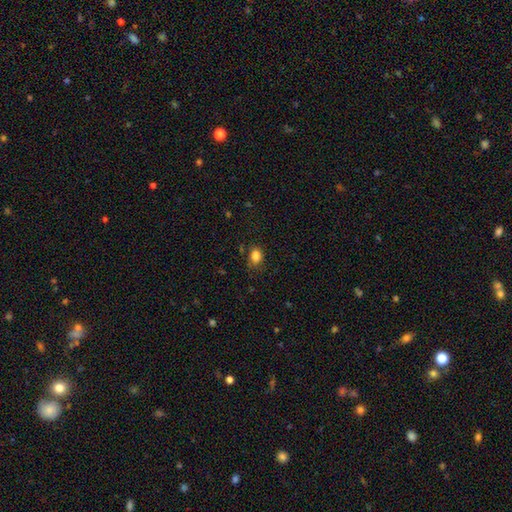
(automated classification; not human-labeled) Morphology: type=smooth (84%); roundness=in between (63%); merging=none (75%).